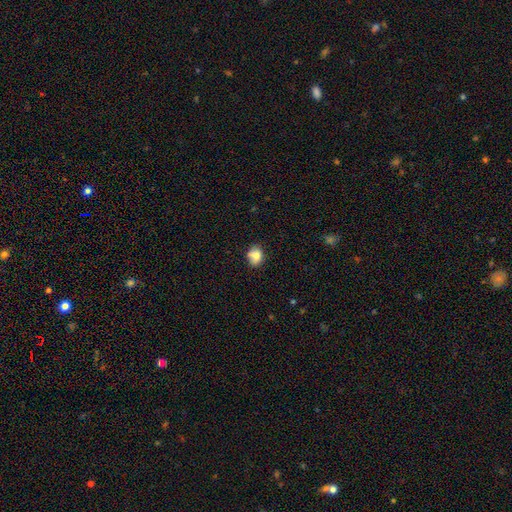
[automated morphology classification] Overall: smooth (74%). How rounded: in between (56%; round 42%). Merging: none (58%; minor disturbance 25%).